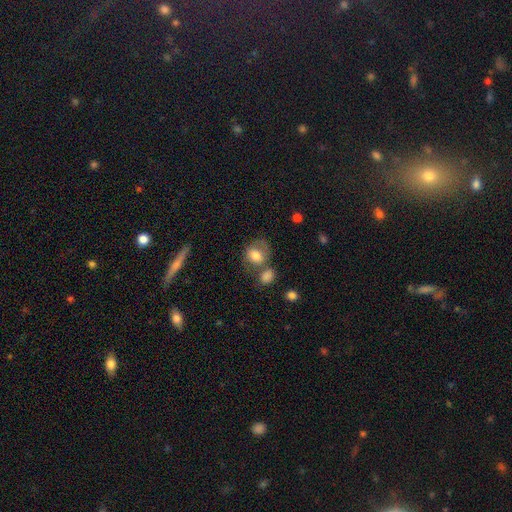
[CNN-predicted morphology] The model was most divided on "how rounded": in between: 50%, round: 49%, cigar-shaped: 1%. Remaining: smooth or featured — smooth (69%); merging — none (41%).